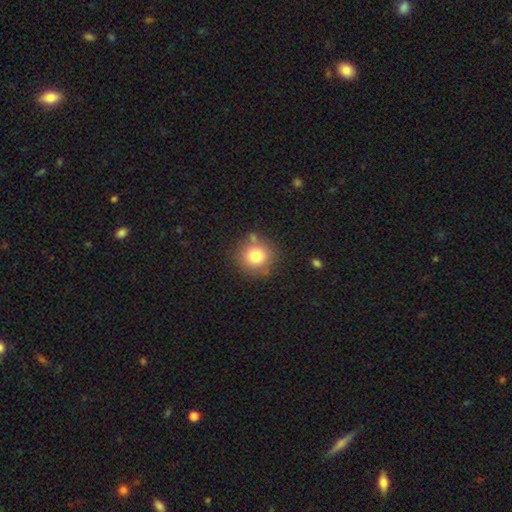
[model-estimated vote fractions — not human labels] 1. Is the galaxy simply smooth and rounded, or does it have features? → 80% smooth, 11% star or artifact, 9% featured or disk.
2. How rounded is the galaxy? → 91% round, 8% in between, 1% cigar-shaped.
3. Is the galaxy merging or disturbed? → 81% none, 10% minor disturbance, 6% merger, 3% major disturbance.